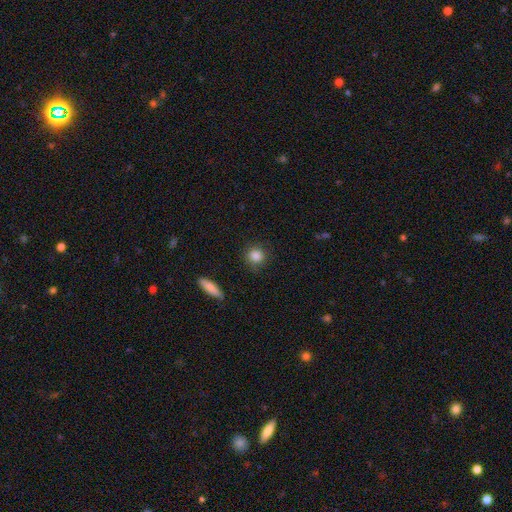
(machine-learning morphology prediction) A smooth galaxy with no disk features (86%) that is round (87%).

Vote fractions:
- Smooth or featured? smooth: 86% / star or artifact: 9% / featured or disk: 5%
- How rounded? round: 87% / in between: 11% / cigar-shaped: 2%
- Merging? none: 84% / minor disturbance: 11% / major disturbance: 3% / merger: 2%